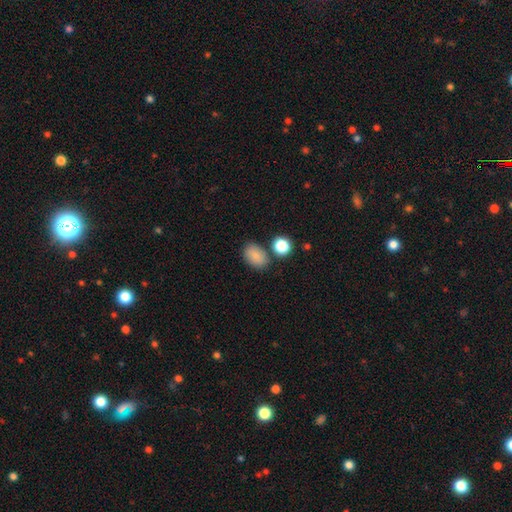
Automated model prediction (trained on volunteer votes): Q: Smooth or featured?
A: smooth (82%); runner-up: star or artifact (10%)
Q: How rounded?
A: in between (80%); runner-up: round (19%)
Q: Merging?
A: none (74%); runner-up: minor disturbance (14%)